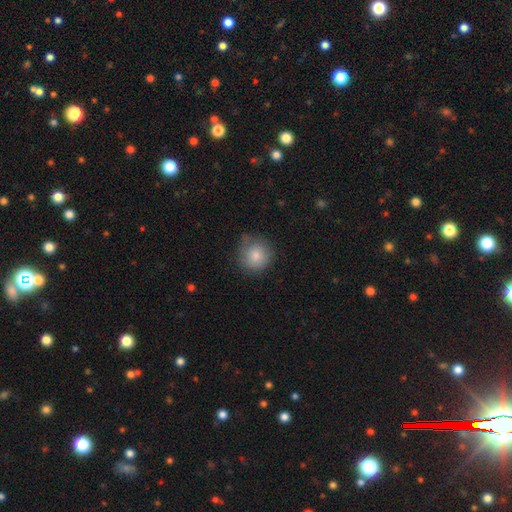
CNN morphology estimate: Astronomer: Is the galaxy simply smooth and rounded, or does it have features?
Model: smooth — 83%.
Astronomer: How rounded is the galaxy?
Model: round — 92%.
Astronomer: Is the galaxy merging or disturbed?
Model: none — 70%.